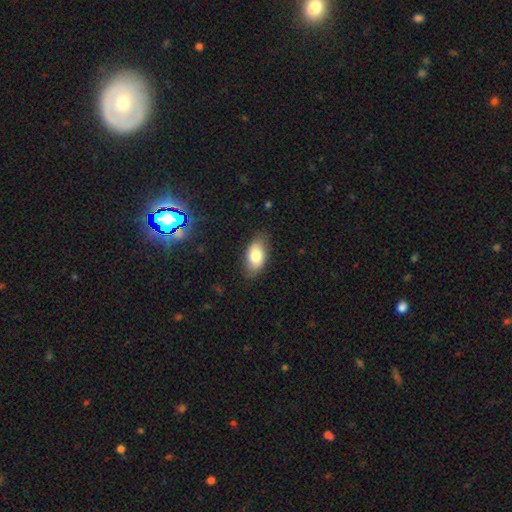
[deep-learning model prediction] smooth-or-featured: smooth: 77% | featured or disk: 16% | star or artifact: 7%
  how-rounded: in between: 92% | round: 5% | cigar-shaped: 3%
  merging: none: 82% | minor disturbance: 14% | major disturbance: 3% | merger: 1%